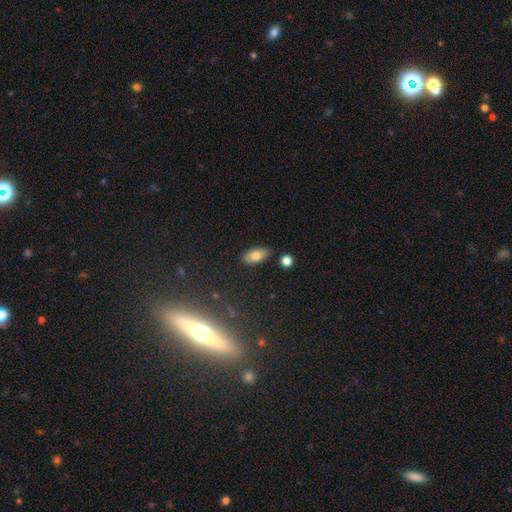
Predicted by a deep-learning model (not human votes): Overall: smooth (79%). How rounded: in between (92%). Merging: none (85%).